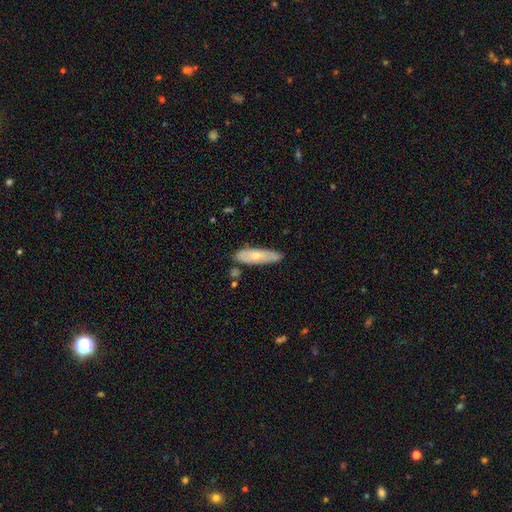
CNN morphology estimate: smooth_or_featured: smooth (p=0.64) [alt: featured or disk p=0.30]
how_rounded: cigar-shaped (p=0.60) [alt: in between p=0.38]
merging: none (p=0.75) [alt: minor disturbance p=0.18]